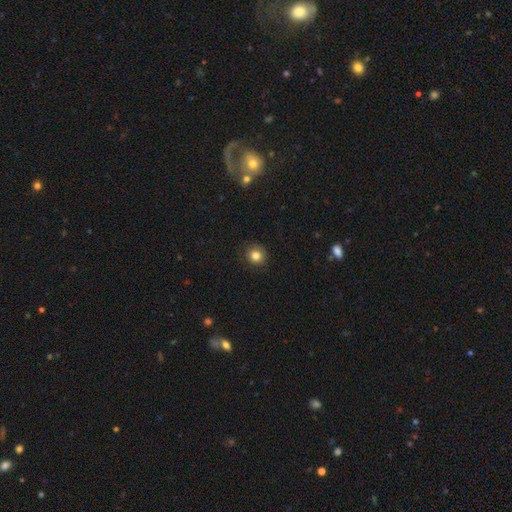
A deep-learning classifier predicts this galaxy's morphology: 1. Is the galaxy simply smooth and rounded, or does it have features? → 83% smooth, 12% star or artifact, 5% featured or disk.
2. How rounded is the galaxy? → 89% round, 10% in between, 1% cigar-shaped.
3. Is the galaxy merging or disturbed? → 89% none, 8% minor disturbance, 2% major disturbance, 1% merger.